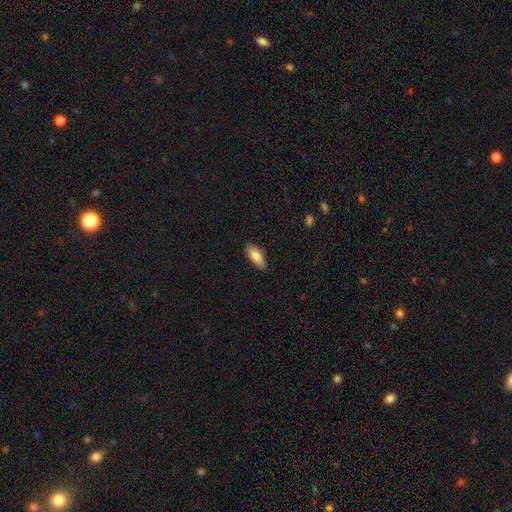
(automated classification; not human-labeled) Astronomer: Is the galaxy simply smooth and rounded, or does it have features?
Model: smooth — 80%.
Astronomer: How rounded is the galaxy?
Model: in between — 74%.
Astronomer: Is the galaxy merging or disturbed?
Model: none — 85%.